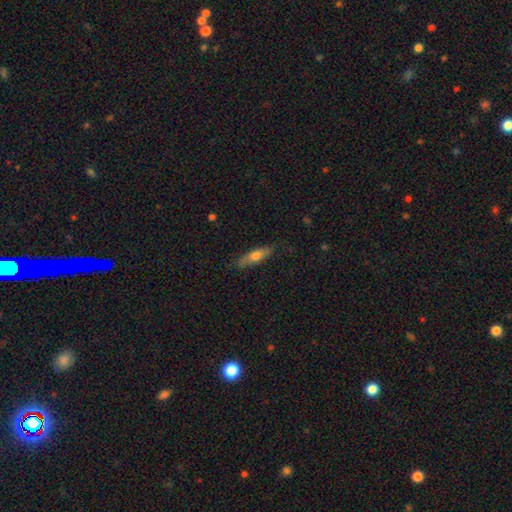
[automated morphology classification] smooth 63%, featured or disk 30%, star or artifact 6%. Down the decision tree: how rounded — cigar-shaped (59%); merging — none (80%).